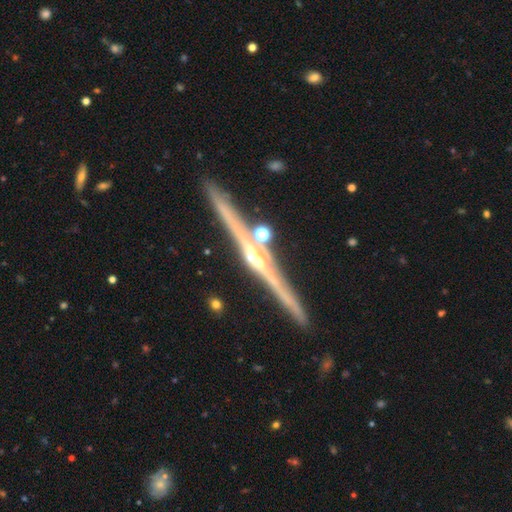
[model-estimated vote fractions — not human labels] Morphology: type=featured or disk (83%); edge-on=yes (98%); edge-on bulge=rounded (81%); merging=none (86%).